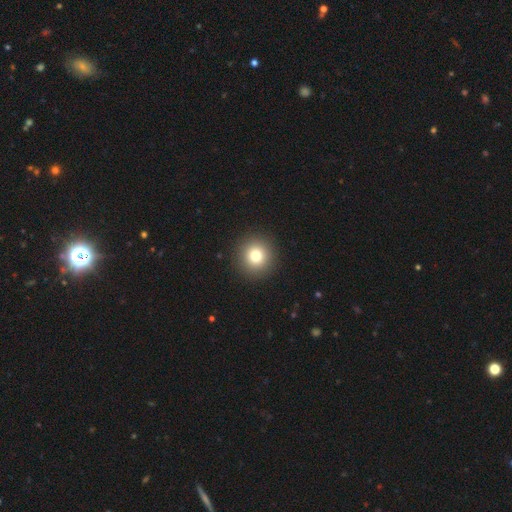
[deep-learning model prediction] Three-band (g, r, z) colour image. It shows a smooth galaxy with no disk features (79%) that is round (94%). Merging: none (92%).